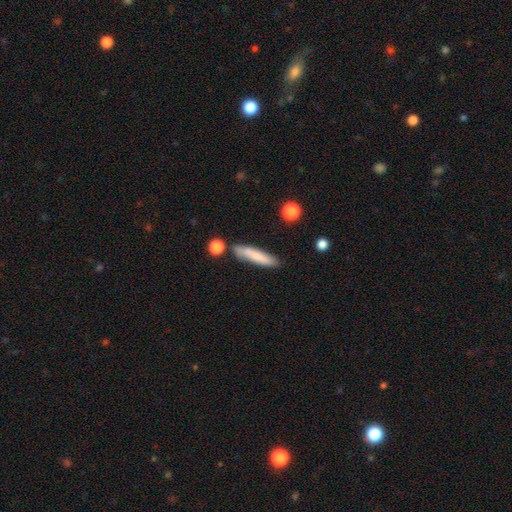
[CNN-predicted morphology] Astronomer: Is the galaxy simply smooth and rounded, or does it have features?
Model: smooth — 75%.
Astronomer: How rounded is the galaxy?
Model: cigar-shaped — 86%.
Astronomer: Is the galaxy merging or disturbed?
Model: none — 73%.